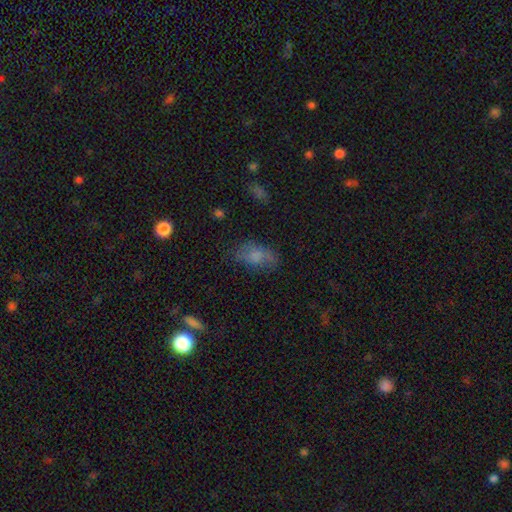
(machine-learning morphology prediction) Smooth or featured: smooth — 70% (featured or disk — 18%)
How rounded: in between — 89% (round — 7%)
Merging: none — 56% (minor disturbance — 26%)